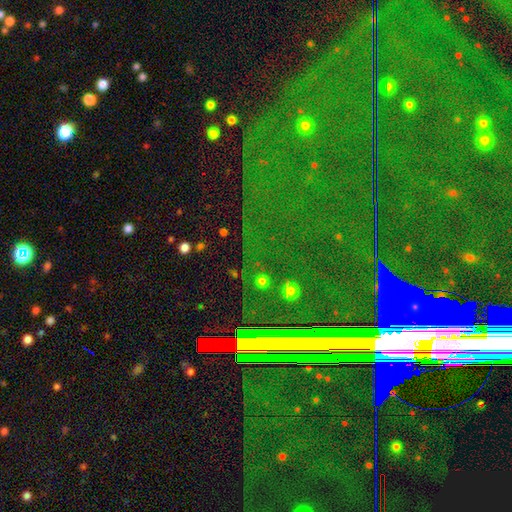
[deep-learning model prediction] smooth-or-featured: star or artifact: 76% | featured or disk: 13% | smooth: 10%